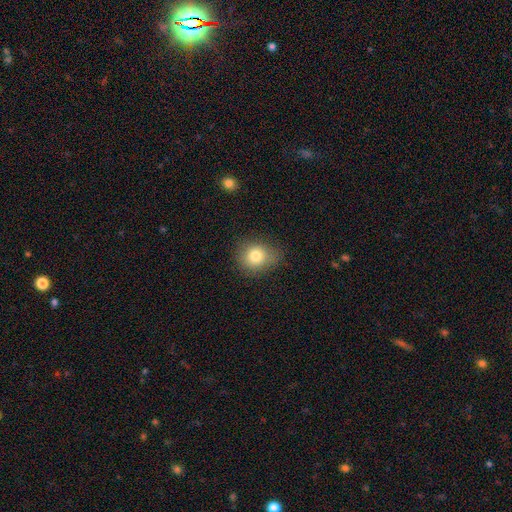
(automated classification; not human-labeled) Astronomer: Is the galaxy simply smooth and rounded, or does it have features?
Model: smooth — 78%.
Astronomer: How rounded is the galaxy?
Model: round — 68%.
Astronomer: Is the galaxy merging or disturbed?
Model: none — 72%.